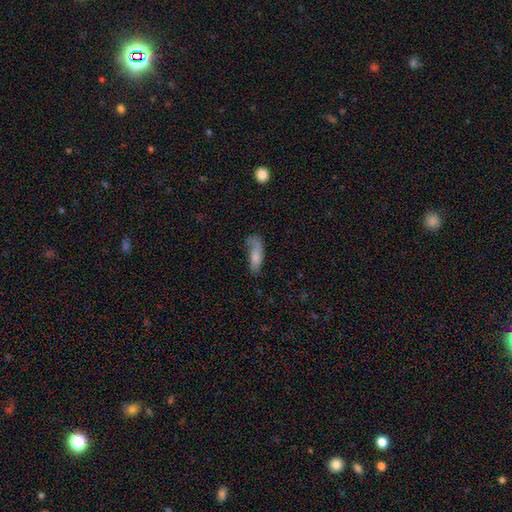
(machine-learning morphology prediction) A smooth galaxy with no disk features (68%) that is in between round and cigar-shaped (63%). Merging: none (40%).